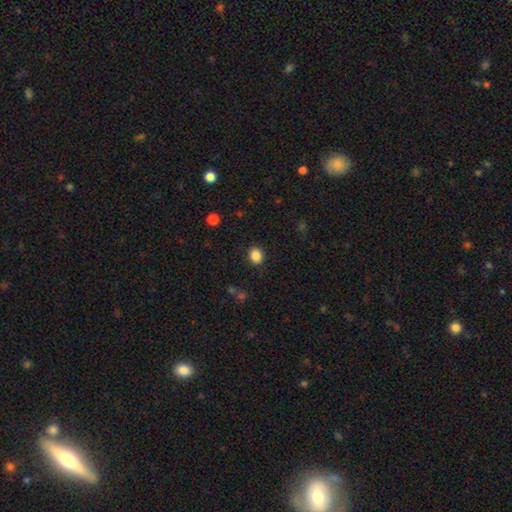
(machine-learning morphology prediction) Smooth or featured?
  - smooth: 87% *
  - star or artifact: 10%
  - featured or disk: 4%
How rounded?
  - round: 65% *
  - in between: 35%
  - cigar-shaped: 1%
Merging?
  - none: 89% *
  - minor disturbance: 7%
  - major disturbance: 3%
  - merger: 1%